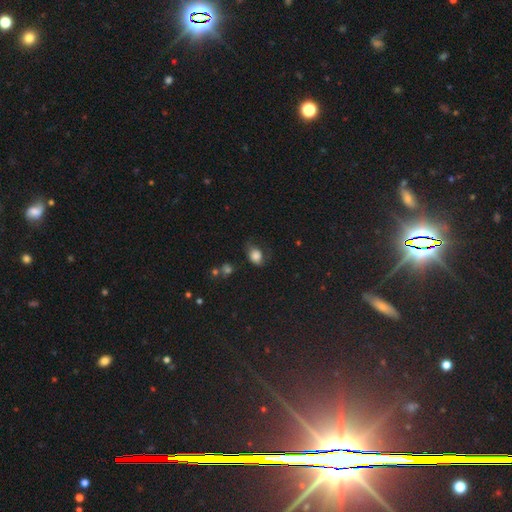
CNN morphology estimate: Smooth or featured: smooth — 81% (star or artifact — 11%)
How rounded: in between — 62% (round — 37%)
Merging: none — 52% (minor disturbance — 31%)